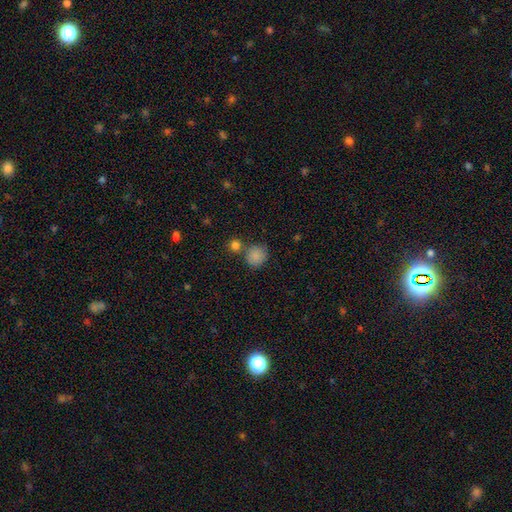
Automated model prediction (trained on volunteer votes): Smooth or featured? Predicted: smooth (p=0.86). How rounded? Predicted: round (p=0.86). Merging? Predicted: none (p=0.65).